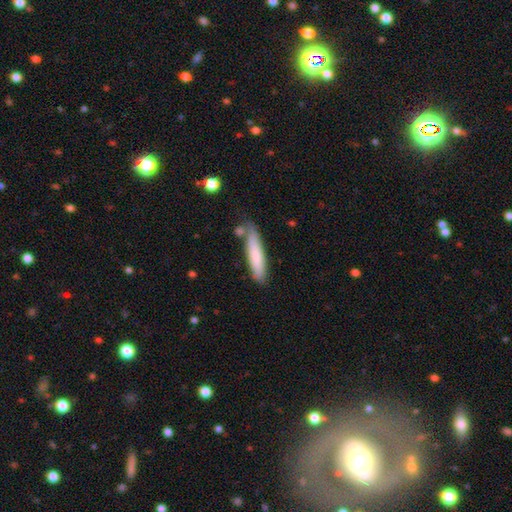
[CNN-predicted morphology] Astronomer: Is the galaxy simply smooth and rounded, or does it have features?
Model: smooth — 78%.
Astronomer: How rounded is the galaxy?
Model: cigar-shaped — 85%.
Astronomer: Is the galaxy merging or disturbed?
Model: none — 72%.